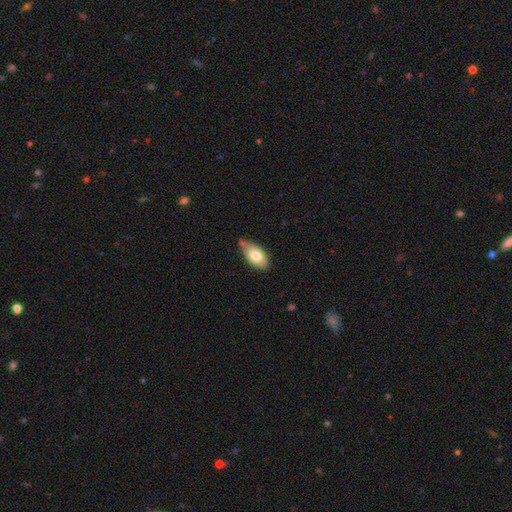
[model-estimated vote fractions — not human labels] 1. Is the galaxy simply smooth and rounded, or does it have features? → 77% smooth, 17% featured or disk, 7% star or artifact.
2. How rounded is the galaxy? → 93% in between, 4% round, 3% cigar-shaped.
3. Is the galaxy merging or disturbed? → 57% none, 31% minor disturbance, 6% merger, 5% major disturbance.